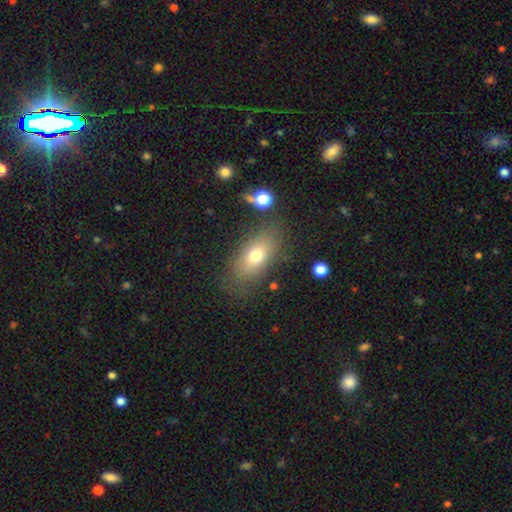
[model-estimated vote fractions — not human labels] Morphology: type=smooth (70%); roundness=in between (82%); merging=none (77%).